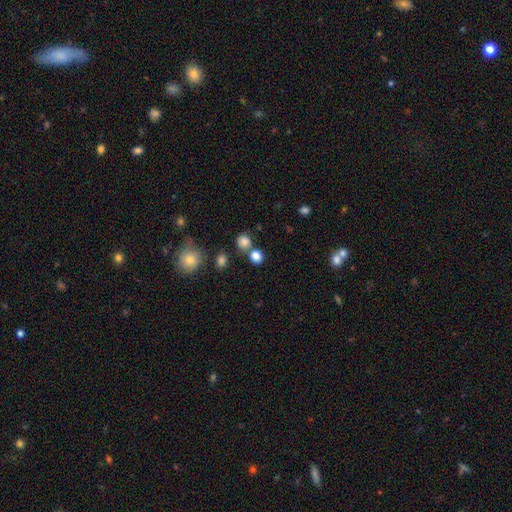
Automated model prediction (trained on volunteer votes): Q: Smooth or featured?
A: smooth (82%); runner-up: star or artifact (13%)
Q: How rounded?
A: round (80%); runner-up: in between (19%)
Q: Merging?
A: none (66%); runner-up: merger (22%)